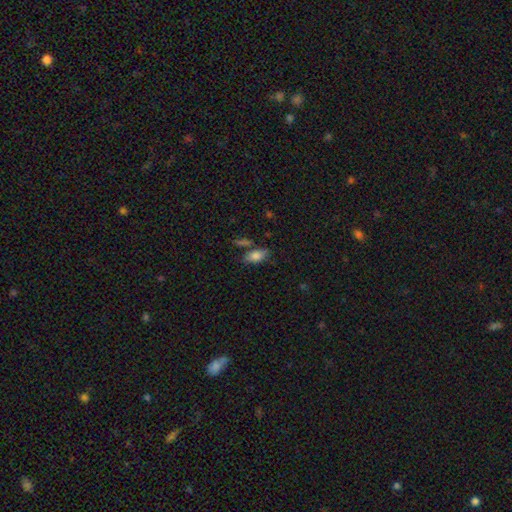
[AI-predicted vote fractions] Smooth or featured: smooth — 80% (featured or disk — 11%)
How rounded: in between — 85% (cigar-shaped — 11%)
Merging: none — 66% (minor disturbance — 17%)